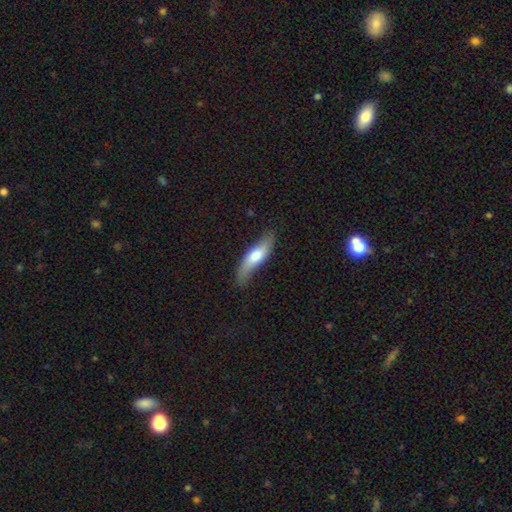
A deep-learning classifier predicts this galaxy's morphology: smooth 63%, featured or disk 32%, star or artifact 5%. Down the decision tree: how rounded — cigar-shaped (62%); merging — none (74%).